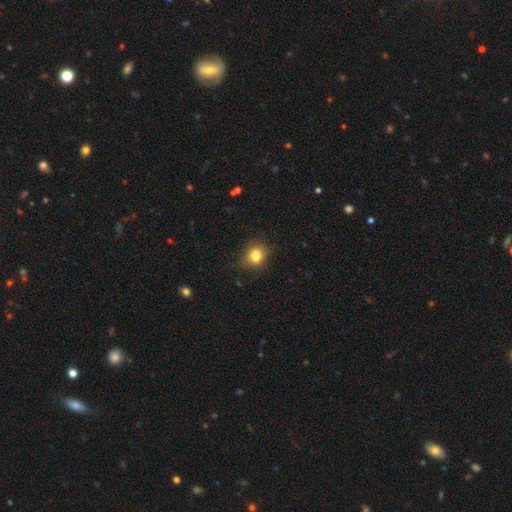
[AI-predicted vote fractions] smooth_or_featured: smooth (p=0.83) [alt: star or artifact p=0.11]
how_rounded: round (p=0.61) [alt: in between p=0.38]
merging: none (p=0.83) [alt: minor disturbance p=0.12]